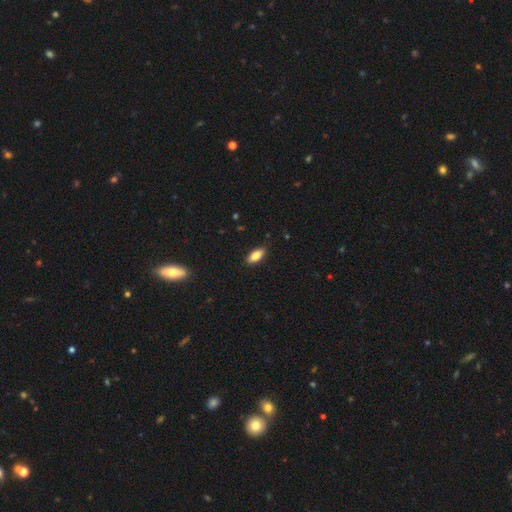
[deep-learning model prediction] Q: Smooth or featured?
A: smooth (79%); runner-up: featured or disk (14%)
Q: How rounded?
A: in between (83%); runner-up: cigar-shaped (14%)
Q: Merging?
A: none (88%); runner-up: minor disturbance (9%)